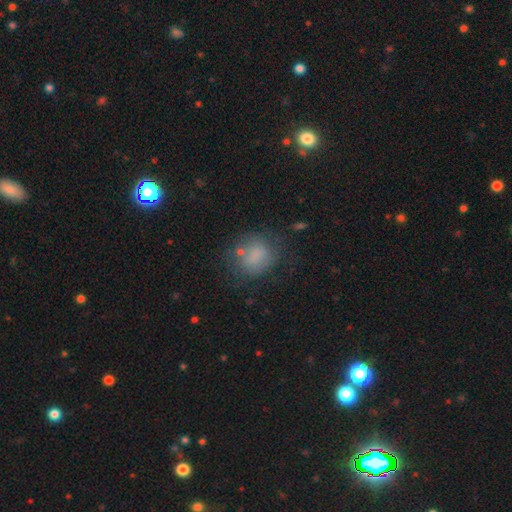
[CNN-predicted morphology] smooth_or_featured: smooth (p=0.75) [alt: featured or disk p=0.13]
how_rounded: round (p=0.62) [alt: in between p=0.37]
merging: none (p=0.63) [alt: minor disturbance p=0.21]